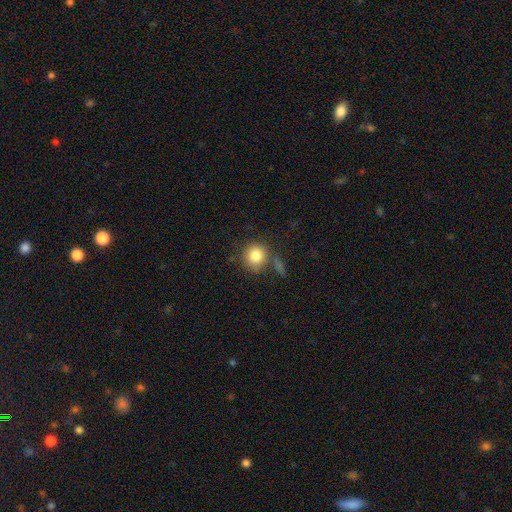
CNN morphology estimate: This appears to be a smooth galaxy with no disk features (83%) that is round (90%). Merging: none (70%).